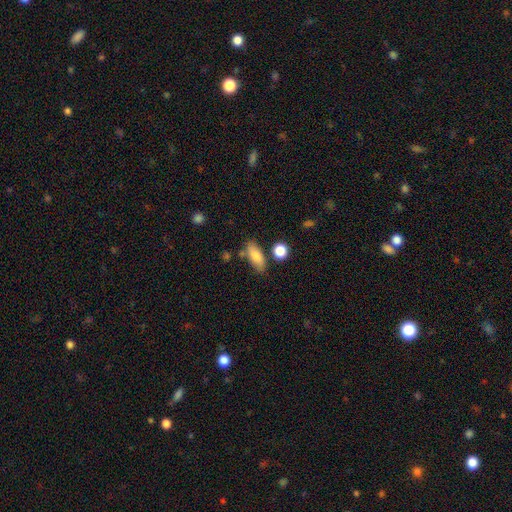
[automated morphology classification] This appears to be a smooth galaxy with no disk features (82%) that is in between round and cigar-shaped (77%). Merging: none (70%).